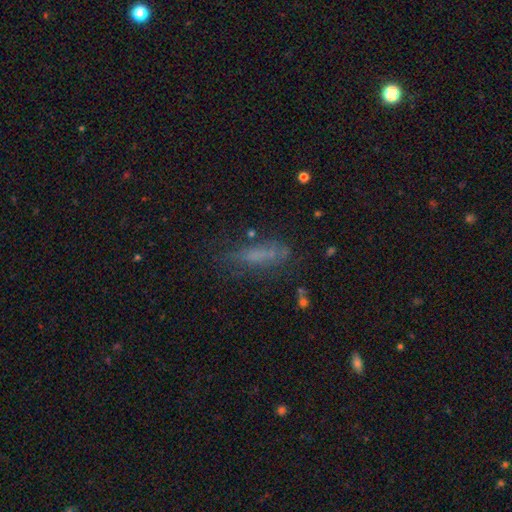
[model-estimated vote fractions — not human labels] Smooth or featured? smooth (58%)
How rounded? cigar-shaped (53%)
Merging? none (54%)